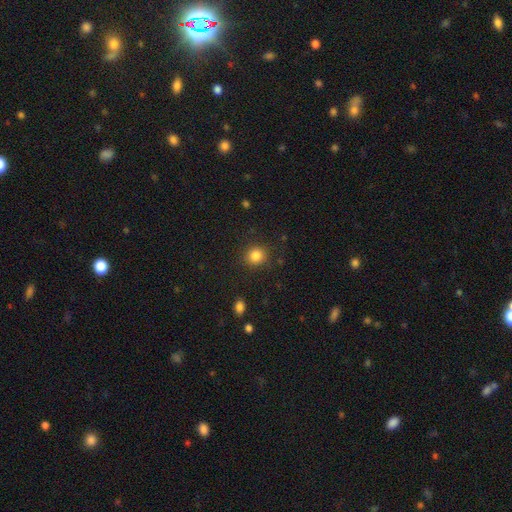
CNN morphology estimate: Smooth or featured? Predicted: smooth (p=0.84). How rounded? Predicted: round (p=0.89). Merging? Predicted: none (p=0.88).